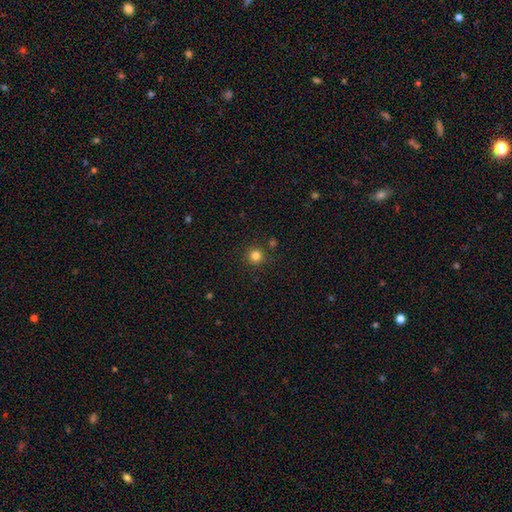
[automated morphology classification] Smooth or featured? Predicted: smooth (p=0.82). How rounded? Predicted: round (p=0.95). Merging? Predicted: none (p=0.87).